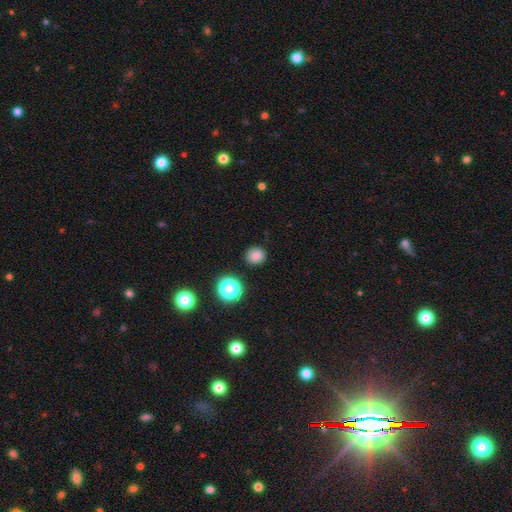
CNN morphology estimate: Smooth or featured?
  - smooth: 82% *
  - star or artifact: 14%
  - featured or disk: 4%
How rounded?
  - round: 87% *
  - in between: 12%
  - cigar-shaped: 1%
Merging?
  - none: 89% *
  - minor disturbance: 7%
  - major disturbance: 2%
  - merger: 2%